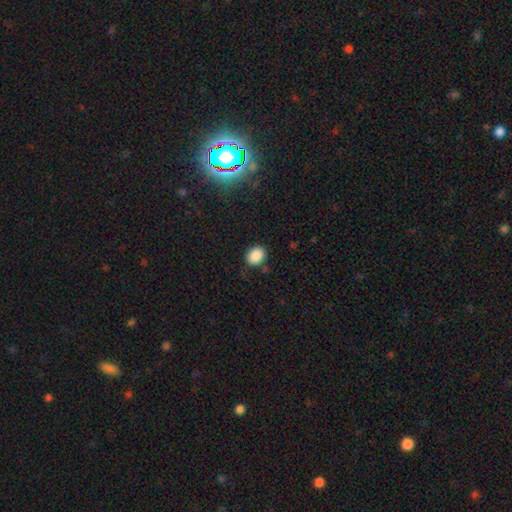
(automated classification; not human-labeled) This is clearly a smooth galaxy (88%). How rounded: possibly round (50%). Merging: likely none (79%).